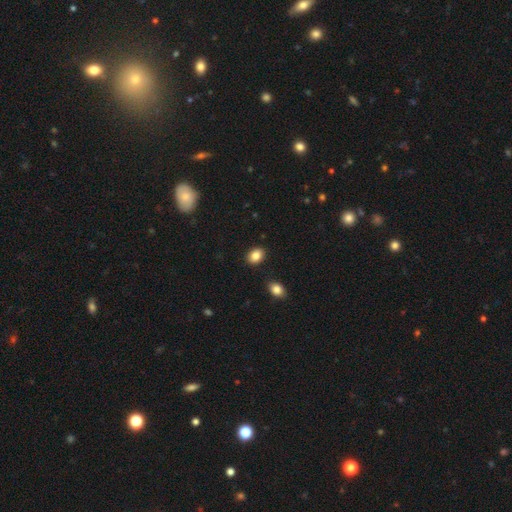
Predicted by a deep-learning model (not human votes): smooth 85%, star or artifact 9%, featured or disk 6%. Down the decision tree: how rounded — in between (65%); merging — none (88%).